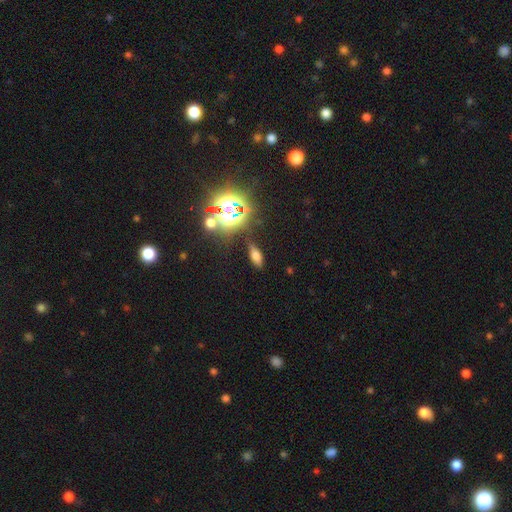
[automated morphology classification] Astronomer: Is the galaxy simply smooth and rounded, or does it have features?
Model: smooth — 56%.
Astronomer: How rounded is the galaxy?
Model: in between — 67%.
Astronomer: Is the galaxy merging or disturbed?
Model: none — 84%.